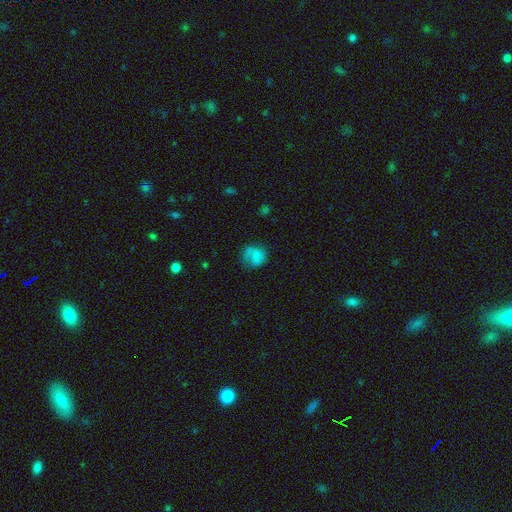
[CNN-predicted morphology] Smooth or featured? smooth (61%)
How rounded? round (69%)
Merging? none (50%)